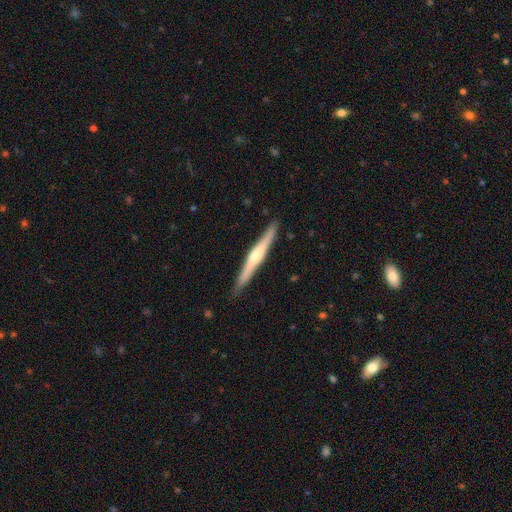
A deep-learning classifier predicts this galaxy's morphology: Q: Smooth or featured?
A: featured or disk (64%); runner-up: smooth (31%)
Q: Edge-on disk?
A: yes (98%); runner-up: no (2%)
Q: Edge-on bulge?
A: rounded (76%); runner-up: none (14%)
Q: Merging?
A: none (89%); runner-up: minor disturbance (9%)